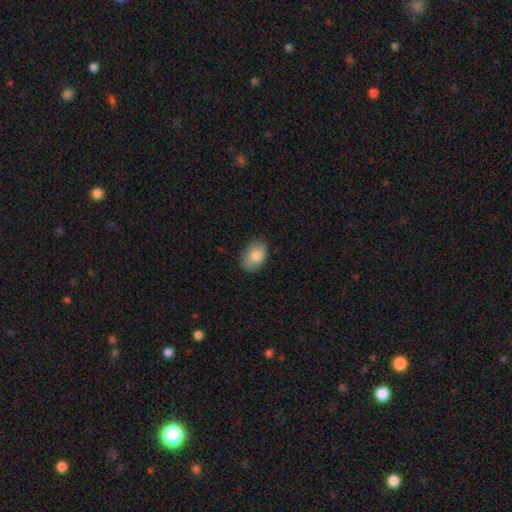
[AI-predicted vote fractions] Smooth or featured: smooth — 83% (featured or disk — 10%)
How rounded: in between — 88% (round — 11%)
Merging: none — 77% (minor disturbance — 18%)